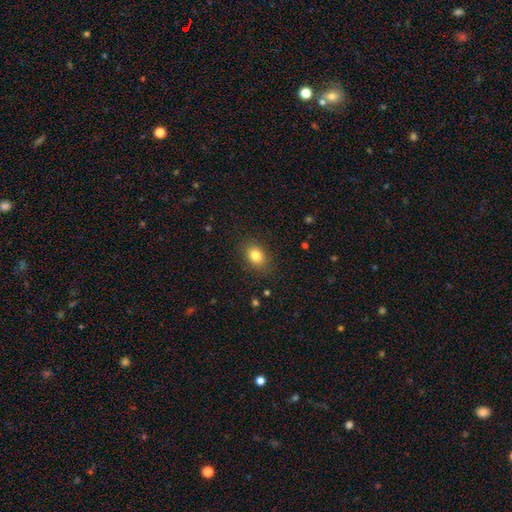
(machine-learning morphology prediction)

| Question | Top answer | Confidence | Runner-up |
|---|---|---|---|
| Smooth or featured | smooth | 82% | star or artifact (10%) |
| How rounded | in between | 66% | round (33%) |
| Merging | none | 84% | minor disturbance (11%) |